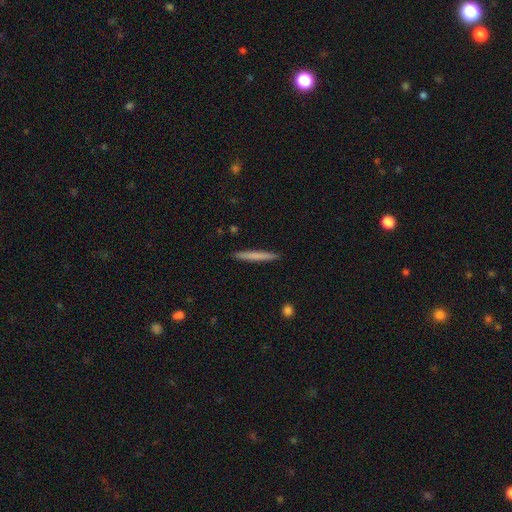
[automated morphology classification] smooth_or_featured: smooth (p=0.71) [alt: featured or disk p=0.23]
how_rounded: cigar-shaped (p=0.97) [alt: in between p=0.02]
merging: none (p=0.92) [alt: minor disturbance p=0.06]